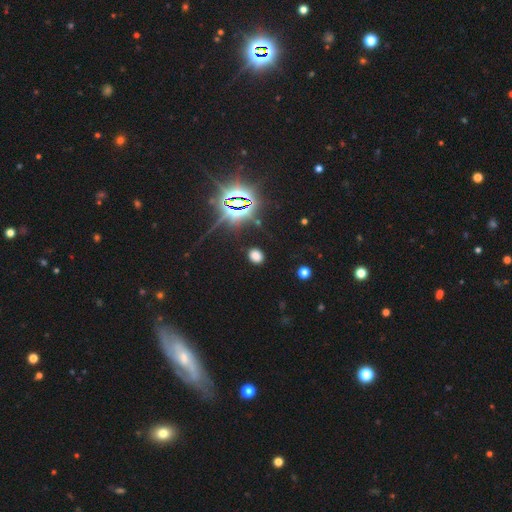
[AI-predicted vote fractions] Morphology: type=smooth (66%); roundness=round (51%); merging=none (87%).